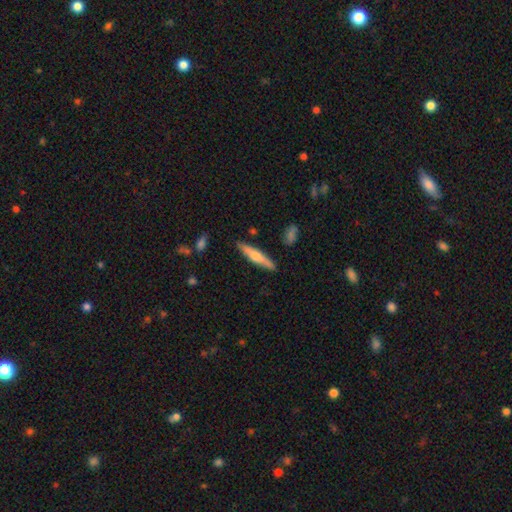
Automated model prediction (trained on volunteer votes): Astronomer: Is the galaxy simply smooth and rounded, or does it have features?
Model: smooth — 49% (runner-up: featured or disk, 45%).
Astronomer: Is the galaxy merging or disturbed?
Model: none — 87%.